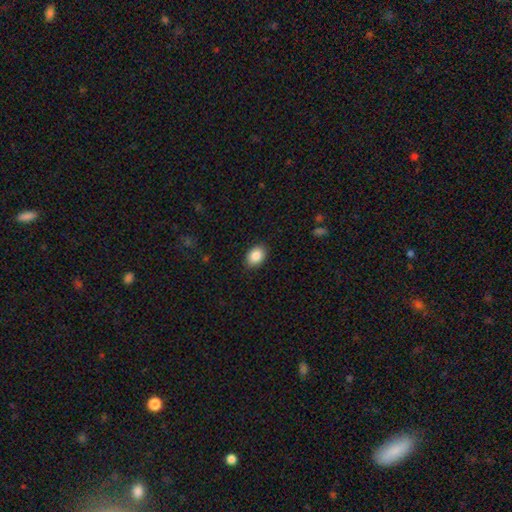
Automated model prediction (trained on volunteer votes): Morphology: type=smooth (88%); roundness=in between (81%); merging=none (88%).